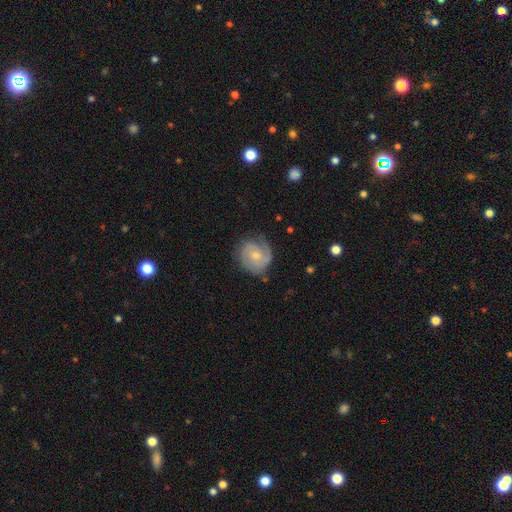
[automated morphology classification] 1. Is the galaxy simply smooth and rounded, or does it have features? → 74% featured or disk, 20% smooth, 6% star or artifact.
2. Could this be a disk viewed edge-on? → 98% no, 2% yes.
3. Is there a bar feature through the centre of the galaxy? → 68% no, 28% weak, 4% strong.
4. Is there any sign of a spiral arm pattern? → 92% yes, 8% no.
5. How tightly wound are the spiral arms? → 56% tight, 34% medium, 11% loose.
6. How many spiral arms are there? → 55% 2, 19% can't tell, 11% 3, 11% 1, 2% 4, 2% more than 4.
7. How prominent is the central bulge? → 55% small, 40% moderate, 2% none, 2% large, 1% dominant.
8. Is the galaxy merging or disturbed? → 70% none, 21% minor disturbance, 8% major disturbance, 1% merger.